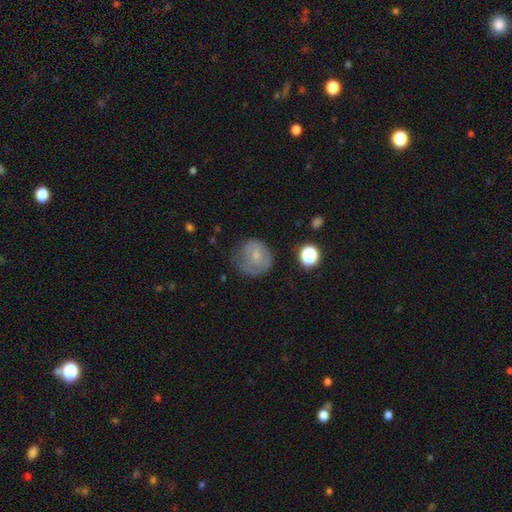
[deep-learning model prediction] This is likely a smooth galaxy (60%). How rounded: likely round (78%). Merging: possibly none (53%).